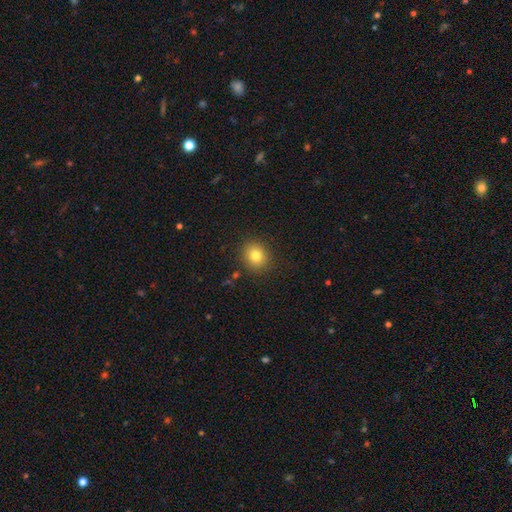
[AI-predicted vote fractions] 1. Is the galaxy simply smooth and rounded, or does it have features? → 80% smooth, 12% star or artifact, 9% featured or disk.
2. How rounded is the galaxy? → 78% round, 21% in between, 1% cigar-shaped.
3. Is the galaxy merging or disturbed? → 88% none, 8% minor disturbance, 3% major disturbance, 1% merger.